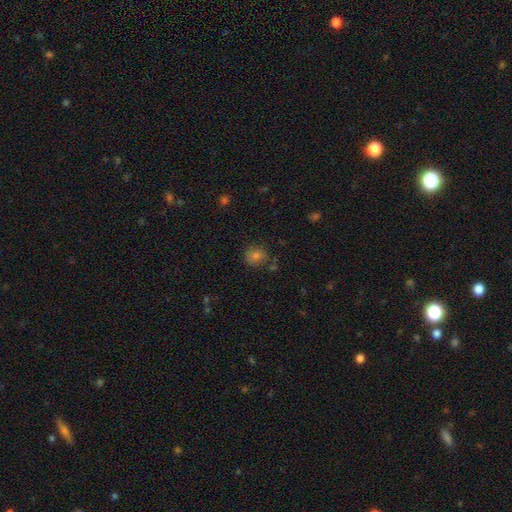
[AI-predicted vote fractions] Smooth or featured? Predicted: smooth (p=0.68). How rounded? Predicted: round (p=0.75). Merging? Predicted: none (p=0.75).